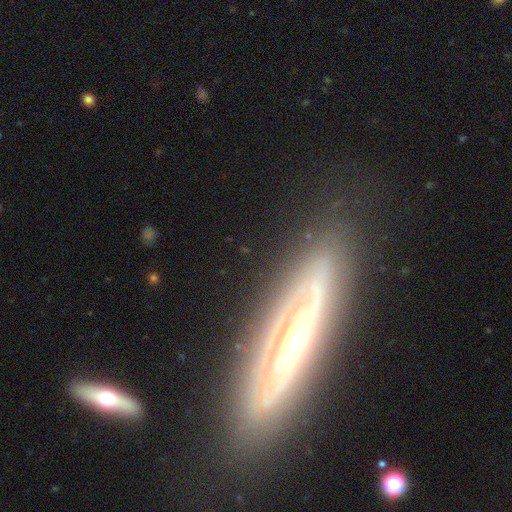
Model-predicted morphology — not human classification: featured or disk 82%, smooth 12%, star or artifact 6%. Down the decision tree: edge-on disk — no (57%); merging — none (80%).